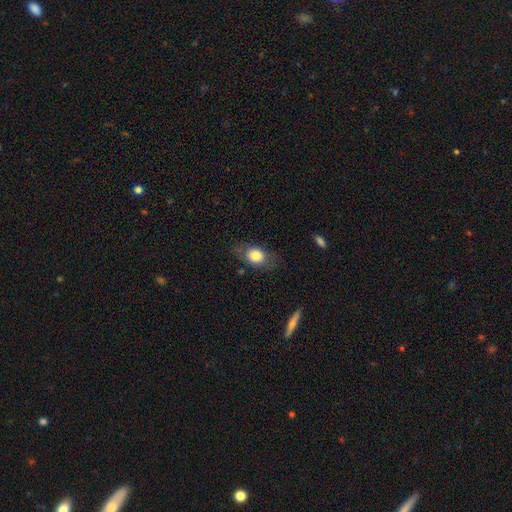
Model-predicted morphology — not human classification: Smooth or featured?
  - smooth: 76% *
  - featured or disk: 17%
  - star or artifact: 7%
How rounded?
  - in between: 67% *
  - round: 31%
  - cigar-shaped: 2%
Merging?
  - none: 73% *
  - minor disturbance: 17%
  - major disturbance: 8%
  - merger: 2%